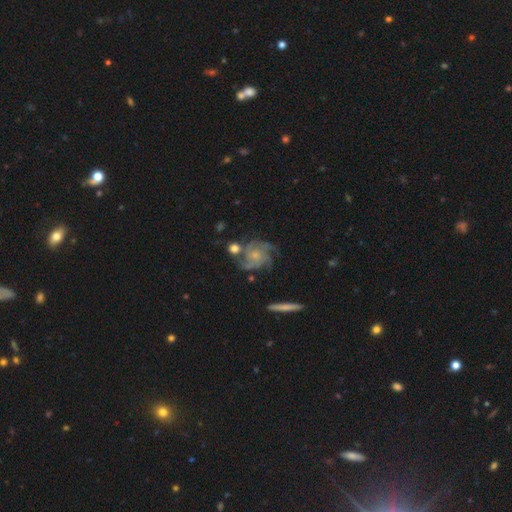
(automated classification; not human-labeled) Q: Smooth or featured?
A: featured or disk (84%); runner-up: smooth (10%)
Q: Edge-on disk?
A: no (97%); runner-up: yes (3%)
Q: Bar?
A: no (76%); runner-up: weak (20%)
Q: Spiral arms?
A: yes (96%); runner-up: no (4%)
Q: Spiral winding?
A: tight (45%); runner-up: medium (43%)
Q: Spiral arm count?
A: 3 (40%); runner-up: 4 (19%)
Q: Bulge size?
A: small (55%); runner-up: moderate (34%)
Q: Merging?
A: none (63%); runner-up: minor disturbance (18%)